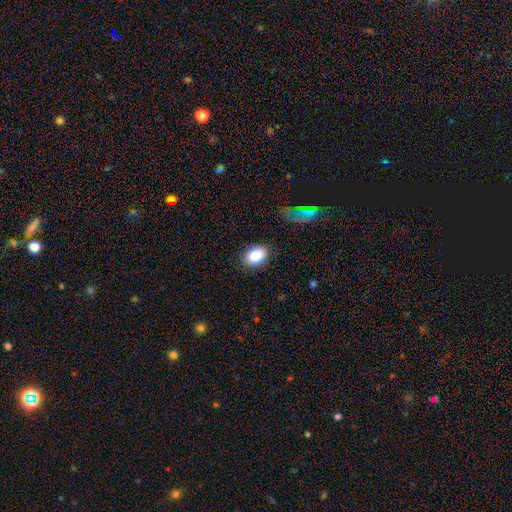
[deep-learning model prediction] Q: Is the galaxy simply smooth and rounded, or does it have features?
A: smooth — 86%.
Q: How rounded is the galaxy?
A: in between — 79%.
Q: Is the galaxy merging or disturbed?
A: none — 83%.